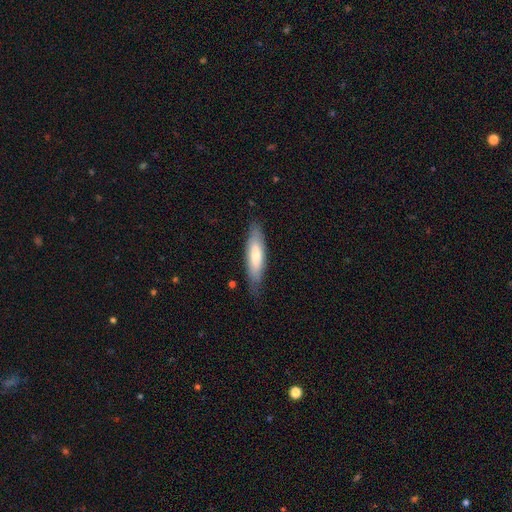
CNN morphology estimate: This is likely a smooth galaxy (70%). How rounded: likely cigar-shaped (64%). Merging: likely none (79%).